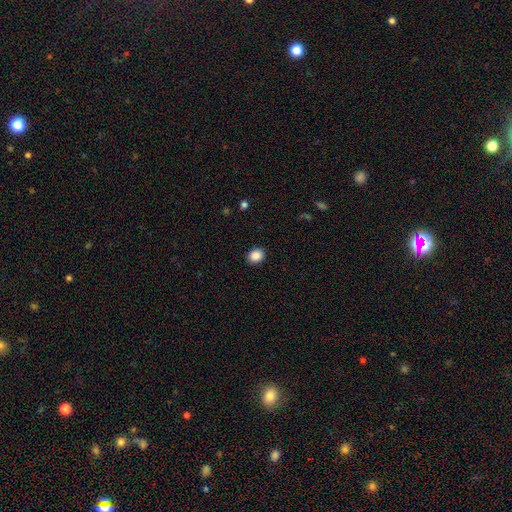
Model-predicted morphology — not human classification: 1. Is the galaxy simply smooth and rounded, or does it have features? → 88% smooth, 9% star or artifact, 3% featured or disk.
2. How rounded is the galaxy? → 56% round, 43% in between, 1% cigar-shaped.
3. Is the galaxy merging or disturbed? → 90% none, 7% minor disturbance, 2% major disturbance, 1% merger.